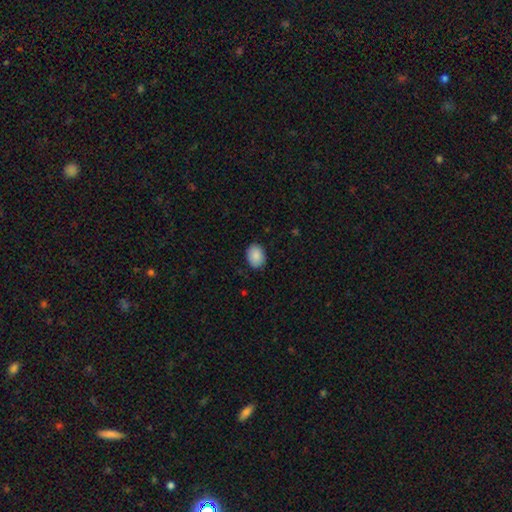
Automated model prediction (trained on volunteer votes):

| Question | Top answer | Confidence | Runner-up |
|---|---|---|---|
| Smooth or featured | smooth | 89% | star or artifact (7%) |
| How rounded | in between | 72% | round (27%) |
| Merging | none | 86% | minor disturbance (11%) |